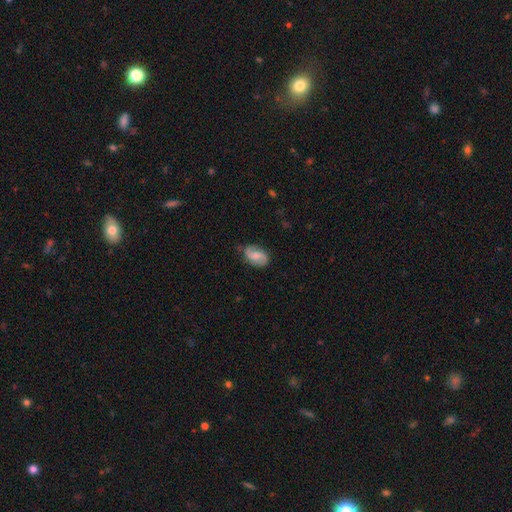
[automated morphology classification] type=featured or disk (57%); edge-on=no (97%); bar=weak (47%); spiral arms=yes (92%); winding=medium (41%); arm count=2 (86%); bulge=moderate (40%); merging=none (70%).